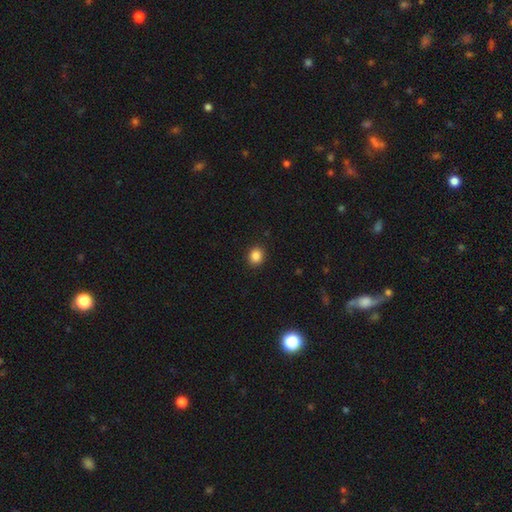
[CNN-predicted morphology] smooth 87%, star or artifact 10%, featured or disk 3%. Down the decision tree: how rounded — round (67%); merging — none (91%).